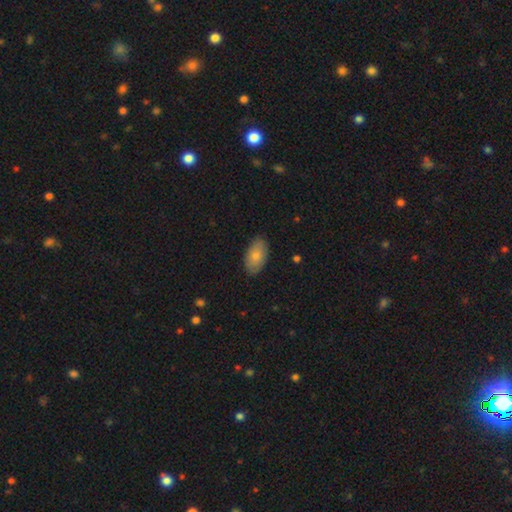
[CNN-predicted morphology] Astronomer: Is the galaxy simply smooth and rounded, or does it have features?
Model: smooth — 80%.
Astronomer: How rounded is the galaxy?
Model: in between — 94%.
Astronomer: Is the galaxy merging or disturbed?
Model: none — 85%.